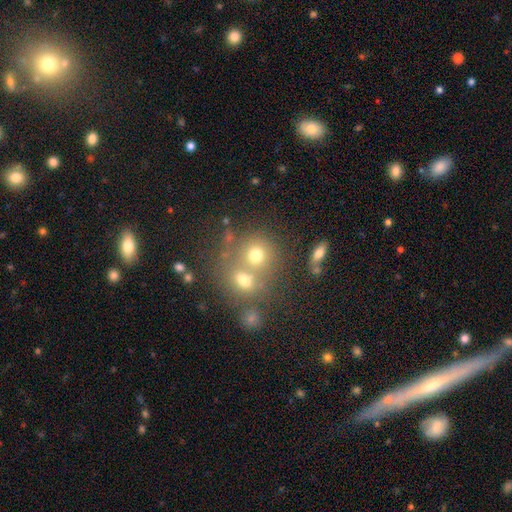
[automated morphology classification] A smooth galaxy with no disk features (68%) that is round (79%). Merging: none (44%, tied with merger).